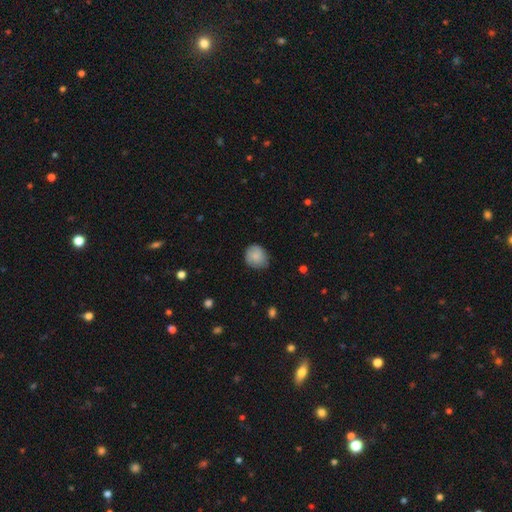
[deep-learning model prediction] Smooth or featured: smooth — 81% (featured or disk — 12%)
How rounded: round — 76% (in between — 23%)
Merging: none — 69% (minor disturbance — 25%)